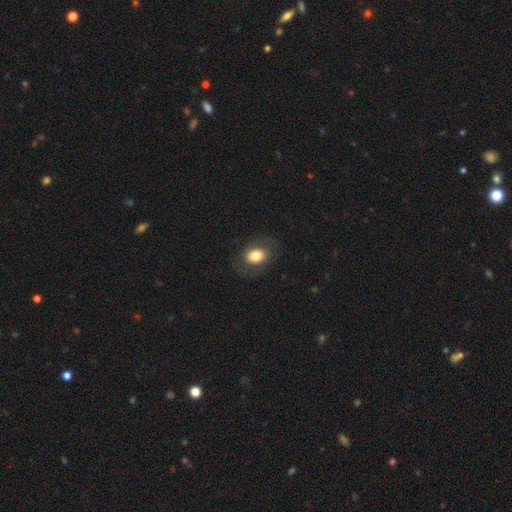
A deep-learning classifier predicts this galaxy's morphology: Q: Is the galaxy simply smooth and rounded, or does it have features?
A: smooth — 77%.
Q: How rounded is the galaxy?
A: in between — 66%.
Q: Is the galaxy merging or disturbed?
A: none — 79%.